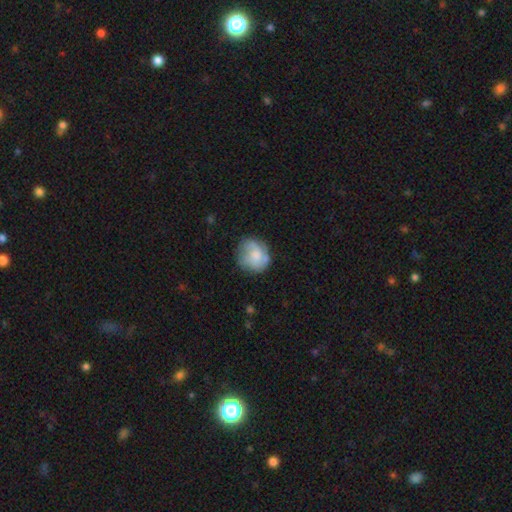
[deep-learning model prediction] Morphology: type=smooth (59%); roundness=round (78%); merging=none (63%).